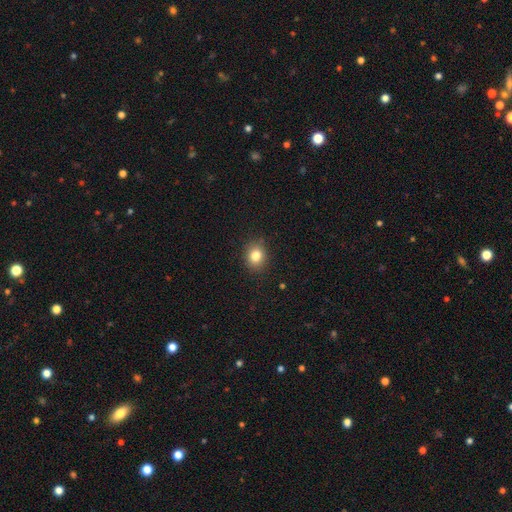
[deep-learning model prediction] This appears to be a smooth galaxy with no disk features (81%) that is round (65%). Merging: none (88%).